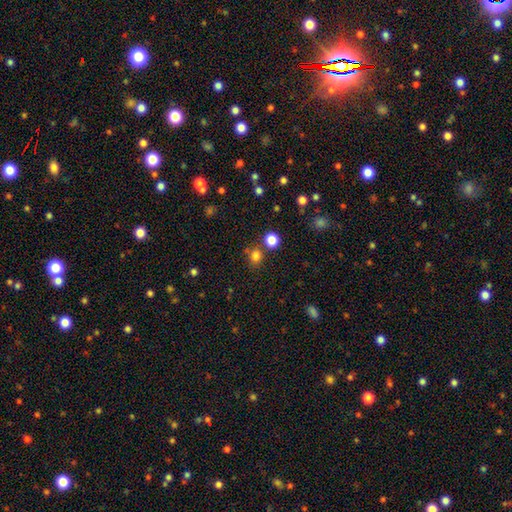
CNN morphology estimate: This is likely a smooth galaxy (79%). How rounded: clearly round (83%). Merging: likely none (73%).